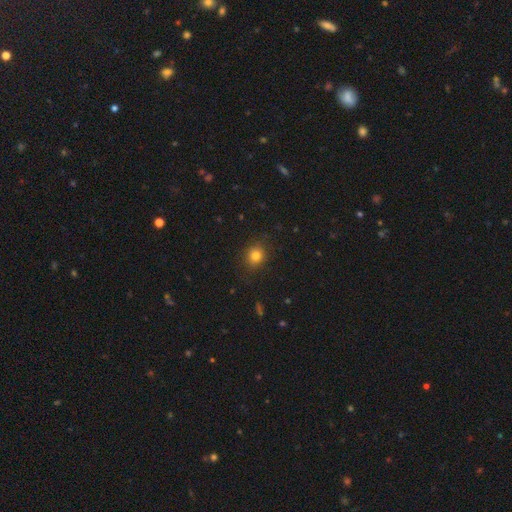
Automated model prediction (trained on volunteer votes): A smooth galaxy with no disk features (82%) that is round (78%).

Vote fractions:
- Smooth or featured? smooth: 82% / star or artifact: 12% / featured or disk: 6%
- How rounded? round: 78% / in between: 21% / cigar-shaped: 1%
- Merging? none: 87% / minor disturbance: 9% / major disturbance: 3% / merger: 1%